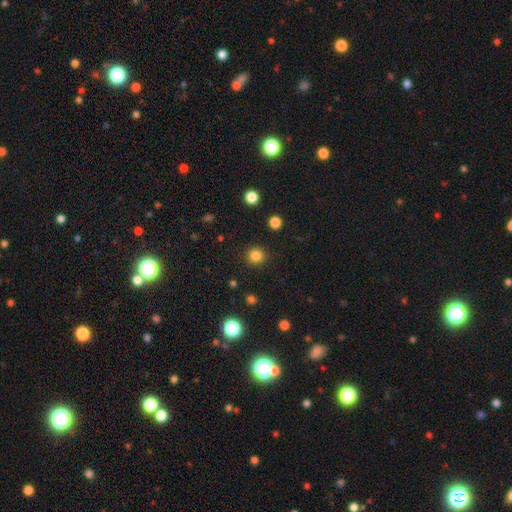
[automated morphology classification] Smooth or featured?
  - smooth: 84% *
  - star or artifact: 13%
  - featured or disk: 4%
How rounded?
  - round: 95% *
  - in between: 4%
  - cigar-shaped: 1%
Merging?
  - none: 92% *
  - minor disturbance: 5%
  - major disturbance: 2%
  - merger: 1%